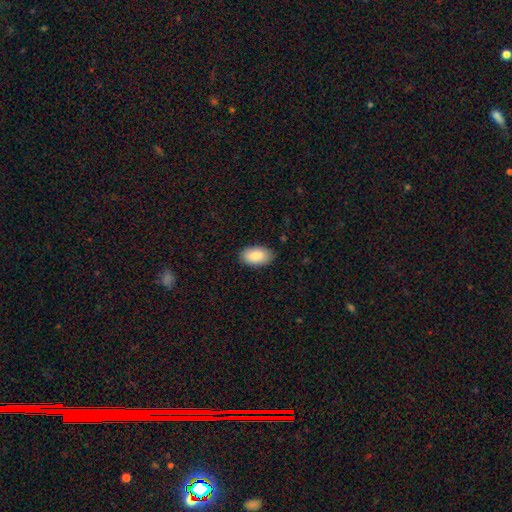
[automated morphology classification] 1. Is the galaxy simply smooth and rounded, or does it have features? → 87% smooth, 7% featured or disk, 6% star or artifact.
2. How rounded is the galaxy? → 94% in between, 5% round, 1% cigar-shaped.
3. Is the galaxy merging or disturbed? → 86% none, 11% minor disturbance, 2% major disturbance, 1% merger.